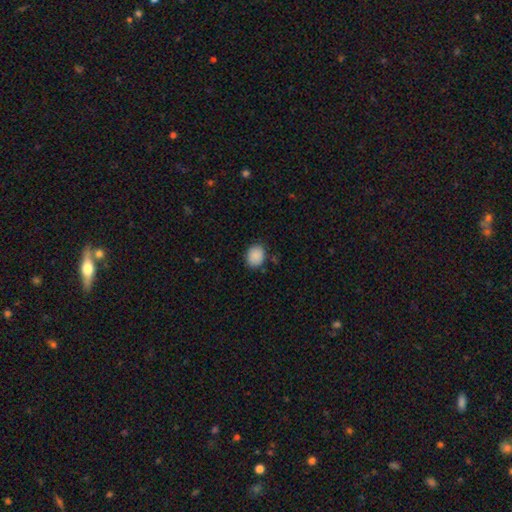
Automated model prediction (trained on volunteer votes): A smooth galaxy with no disk features (89%) that is round (50%, tied with in between).

Vote fractions:
- Smooth or featured? smooth: 89% / star or artifact: 8% / featured or disk: 3%
- How rounded? round: 50% (tied) / in between: 50% (tied) / cigar-shaped: 1%
- Merging? none: 83% / minor disturbance: 13% / major disturbance: 3% / merger: 2%